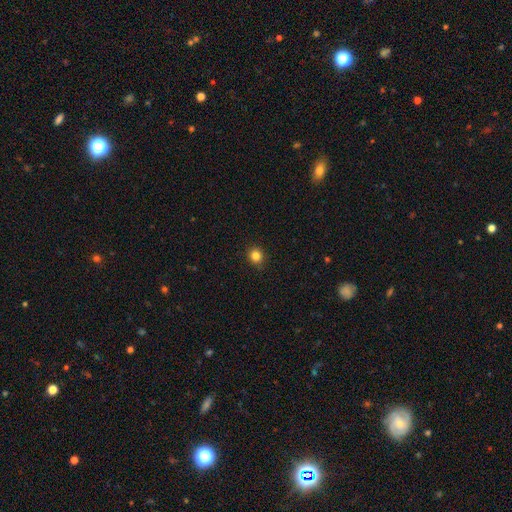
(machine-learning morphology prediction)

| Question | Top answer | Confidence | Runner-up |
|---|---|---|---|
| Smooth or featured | smooth | 83% | star or artifact (12%) |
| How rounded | round | 88% | in between (11%) |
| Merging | none | 91% | minor disturbance (6%) |